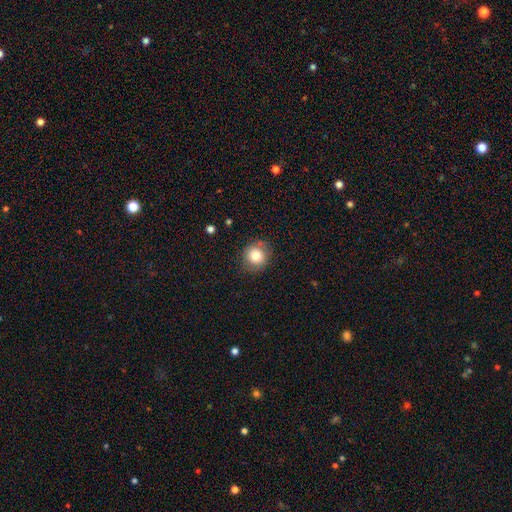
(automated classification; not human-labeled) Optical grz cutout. It shows a smooth galaxy with no disk features (79%) that is round (88%). Merging: none (83%).